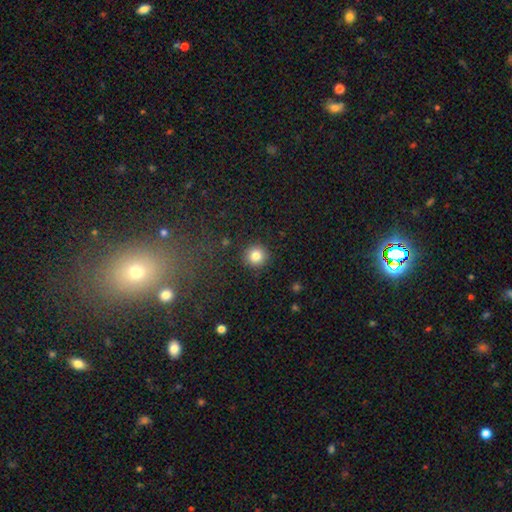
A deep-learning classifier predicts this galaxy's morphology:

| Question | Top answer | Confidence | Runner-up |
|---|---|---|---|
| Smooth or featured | smooth | 82% | star or artifact (11%) |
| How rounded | round | 95% | in between (4%) |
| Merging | none | 92% | minor disturbance (5%) |